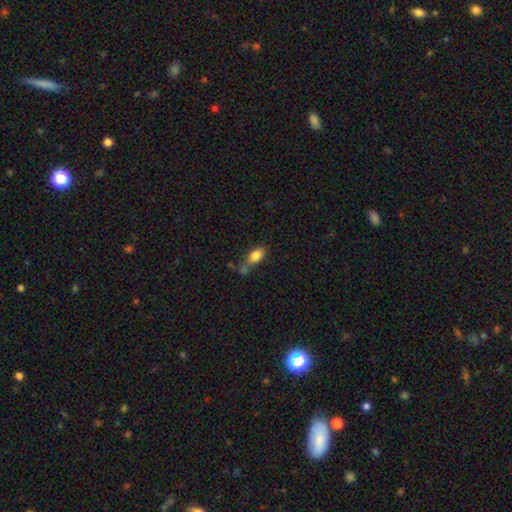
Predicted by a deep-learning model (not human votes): smooth-or-featured: smooth: 82% | featured or disk: 9% | star or artifact: 9%
  how-rounded: in between: 85% | round: 10% | cigar-shaped: 4%
  merging: none: 43% | merger: 29% | minor disturbance: 19% | major disturbance: 9%